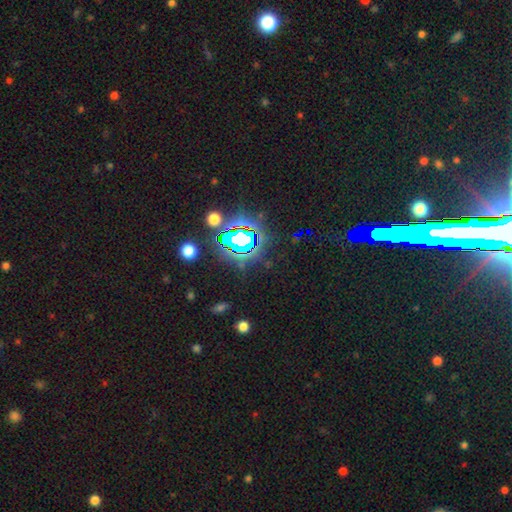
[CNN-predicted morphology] This appears to be a star or artifact, not a galaxy (82%).